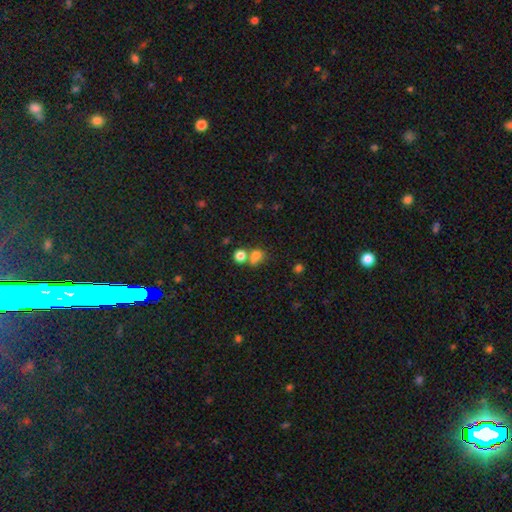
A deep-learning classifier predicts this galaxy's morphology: smooth 77%, star or artifact 14%, featured or disk 9%. Down the decision tree: how rounded — round (68%); merging — none (43%).